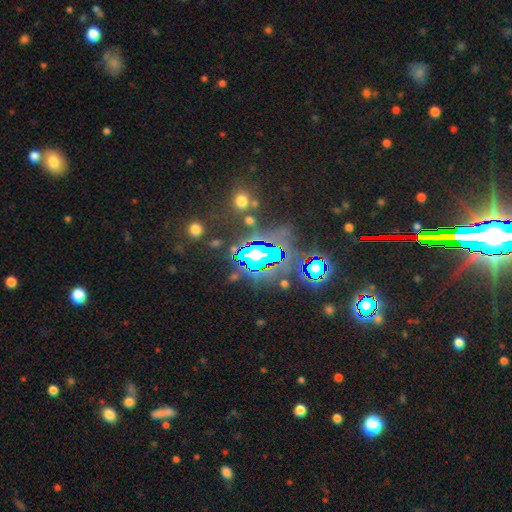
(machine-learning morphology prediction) star or artifact 65%, smooth 20%, featured or disk 15%.